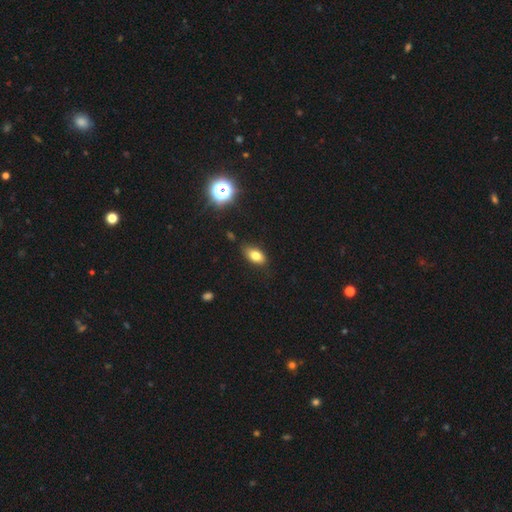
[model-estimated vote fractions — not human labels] A smooth galaxy with no disk features (79%) that is in between round and cigar-shaped (88%).

Vote fractions:
- Smooth or featured? smooth: 79% / star or artifact: 11% / featured or disk: 10%
- How rounded? in between: 88% / round: 8% / cigar-shaped: 4%
- Merging? none: 78% / minor disturbance: 17% / major disturbance: 3% / merger: 2%